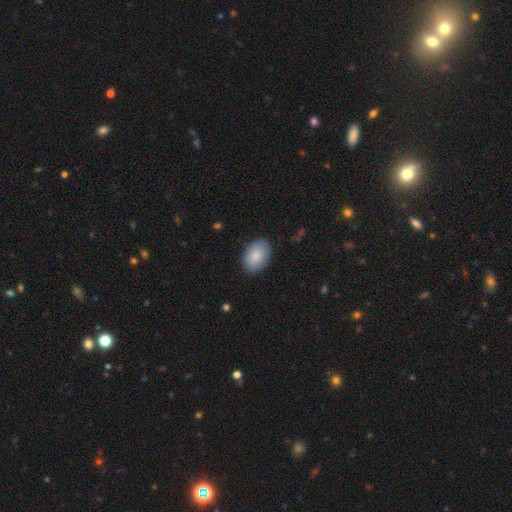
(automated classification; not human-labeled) Smooth or featured? Predicted: smooth (p=0.83). How rounded? Predicted: in between (p=0.87). Merging? Predicted: none (p=0.85).